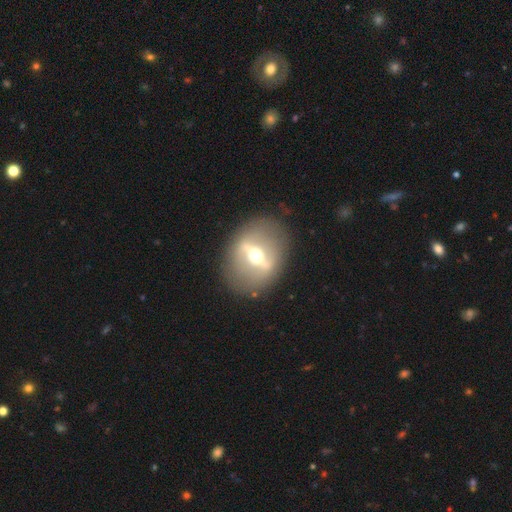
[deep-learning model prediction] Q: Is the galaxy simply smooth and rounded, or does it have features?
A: featured or disk — 77%.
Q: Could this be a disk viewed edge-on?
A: no — 76%.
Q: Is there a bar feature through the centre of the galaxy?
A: strong — 78%.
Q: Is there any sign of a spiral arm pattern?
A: no — 78%.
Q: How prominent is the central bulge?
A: moderate — 69%.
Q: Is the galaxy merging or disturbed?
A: none — 84%.